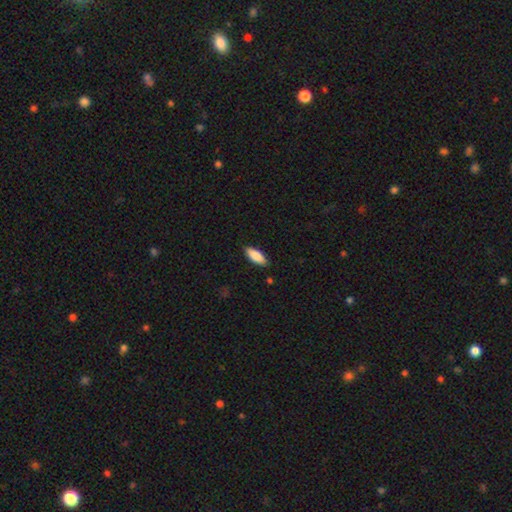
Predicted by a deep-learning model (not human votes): smooth-or-featured: smooth: 84% | featured or disk: 10% | star or artifact: 6%
  how-rounded: in between: 73% | cigar-shaped: 25% | round: 2%
  merging: none: 86% | minor disturbance: 10% | major disturbance: 2% | merger: 1%